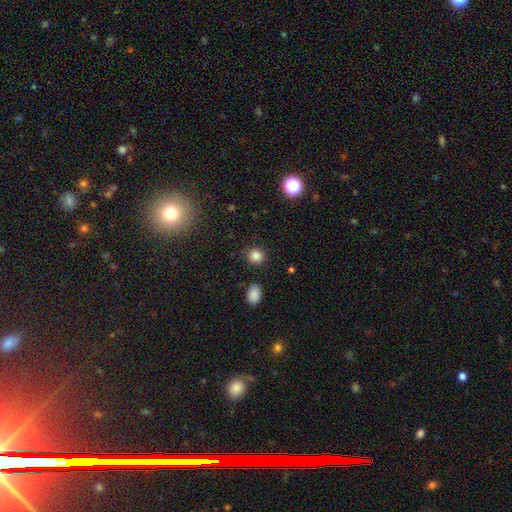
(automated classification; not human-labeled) Smooth or featured?
  - smooth: 85% *
  - star or artifact: 12%
  - featured or disk: 3%
How rounded?
  - round: 85% *
  - in between: 14%
  - cigar-shaped: 1%
Merging?
  - none: 85% *
  - minor disturbance: 9%
  - major disturbance: 3%
  - merger: 3%